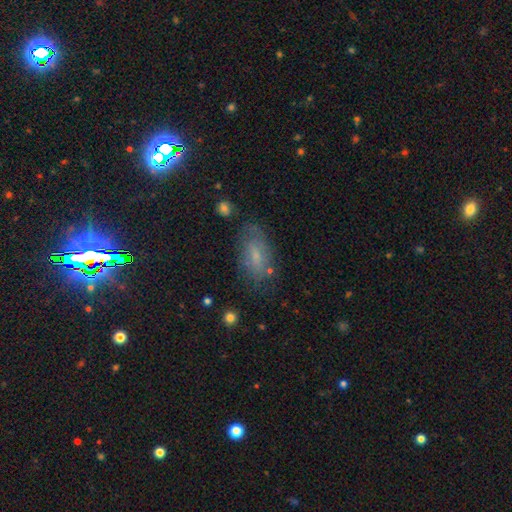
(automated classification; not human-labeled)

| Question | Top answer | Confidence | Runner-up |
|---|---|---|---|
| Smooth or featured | smooth | 54% | featured or disk (29%) |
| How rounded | in between | 87% | cigar-shaped (8%) |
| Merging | none | 68% | minor disturbance (21%) |